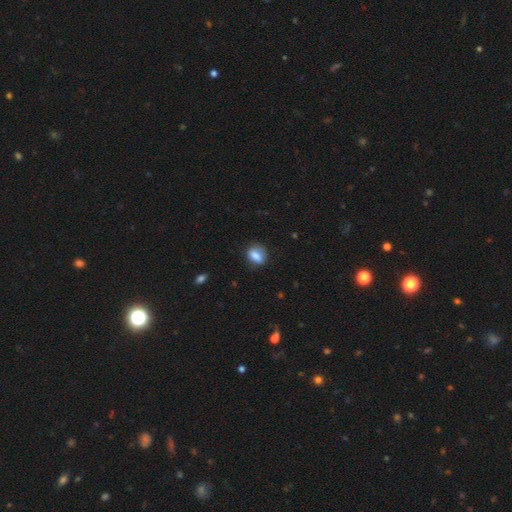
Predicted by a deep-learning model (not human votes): Smooth or featured?
  - smooth: 76% *
  - featured or disk: 16%
  - star or artifact: 8%
How rounded?
  - in between: 58% *
  - round: 39%
  - cigar-shaped: 3%
Merging?
  - none: 76% *
  - minor disturbance: 18%
  - major disturbance: 5%
  - merger: 2%